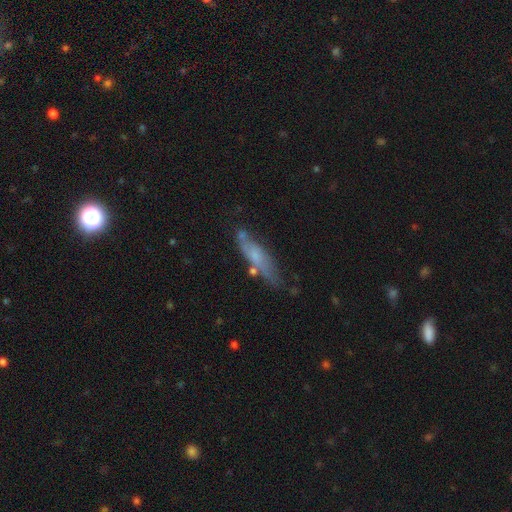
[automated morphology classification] Smooth or featured? Predicted: smooth (p=0.52). How rounded? Predicted: cigar-shaped (p=0.69). Merging? Predicted: none (p=0.60).